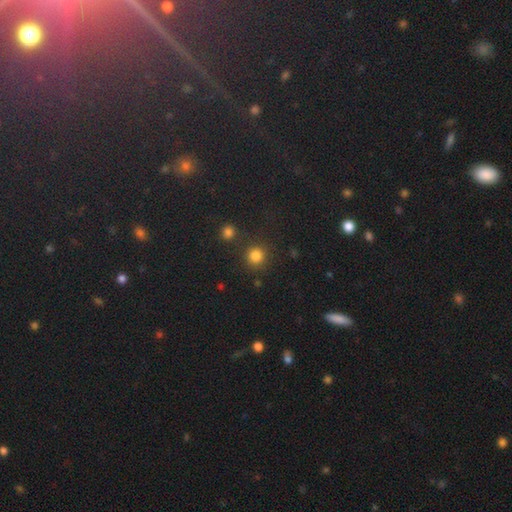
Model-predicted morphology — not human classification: Smooth or featured? smooth (82%)
How rounded? round (92%)
Merging? none (80%)